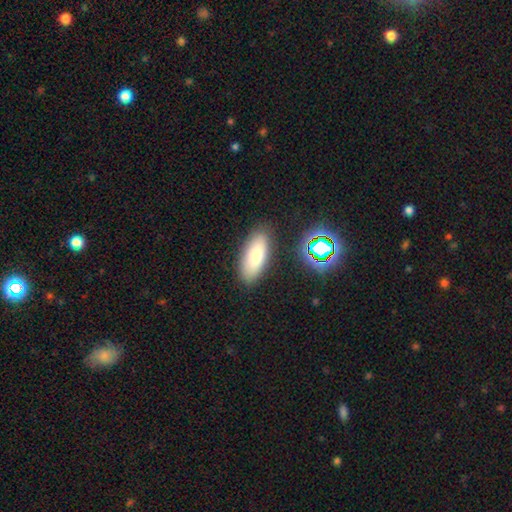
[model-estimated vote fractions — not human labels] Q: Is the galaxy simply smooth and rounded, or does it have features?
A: smooth — 78%.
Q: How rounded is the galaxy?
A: in between — 80%.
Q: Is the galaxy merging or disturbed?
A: none — 85%.